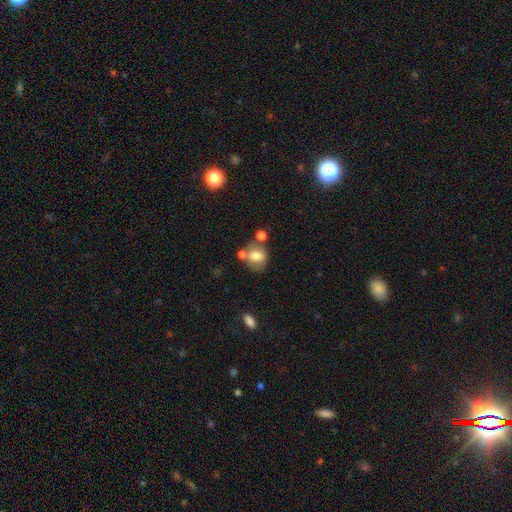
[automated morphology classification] smooth_or_featured: smooth (p=0.72) [alt: featured or disk p=0.18]
how_rounded: round (p=0.58) [alt: in between p=0.41]
merging: none (p=0.51) [alt: merger p=0.24]